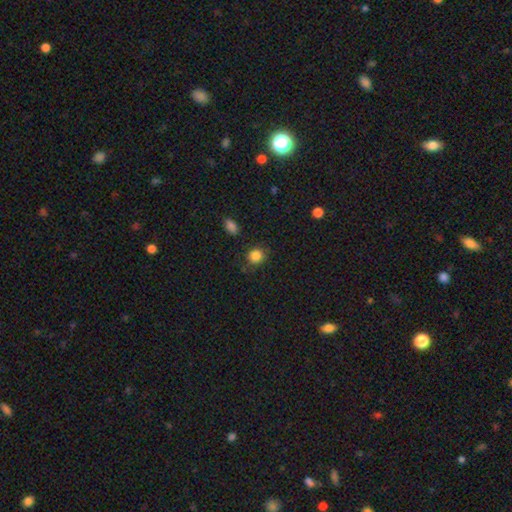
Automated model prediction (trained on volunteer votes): This appears to be a smooth galaxy with no disk features (85%) that is round (78%). Merging: none (82%).